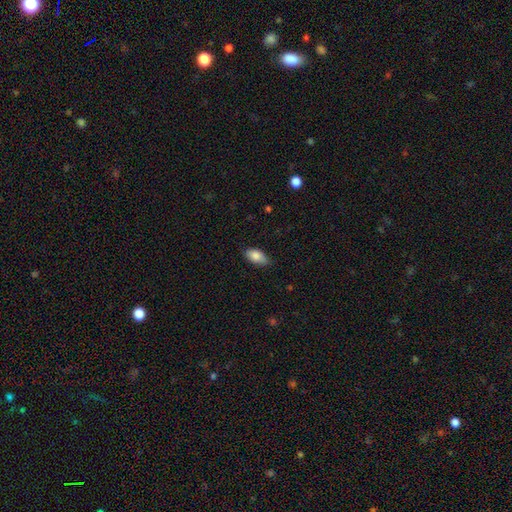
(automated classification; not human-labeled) Morphology: type=smooth (84%); roundness=in between (93%); merging=none (76%).